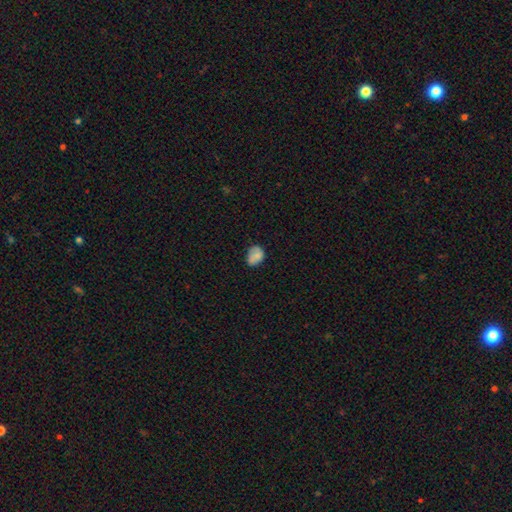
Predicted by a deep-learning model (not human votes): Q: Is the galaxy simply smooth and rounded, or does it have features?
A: smooth — 76%.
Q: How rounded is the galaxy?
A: in between — 67%.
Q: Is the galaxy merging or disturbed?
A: none — 56%.